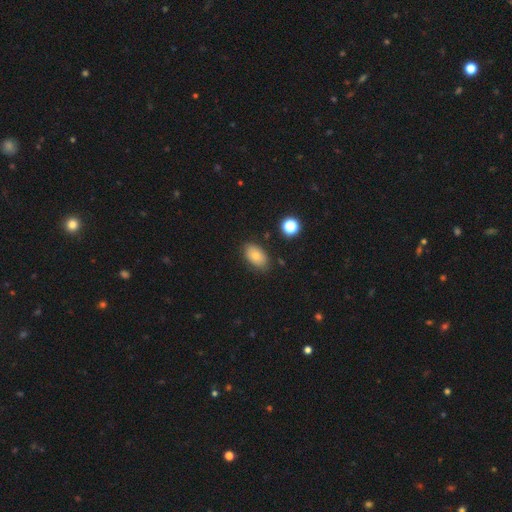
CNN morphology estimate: This is likely a smooth galaxy (78%). How rounded: clearly in between (90%). Merging: clearly none (83%).